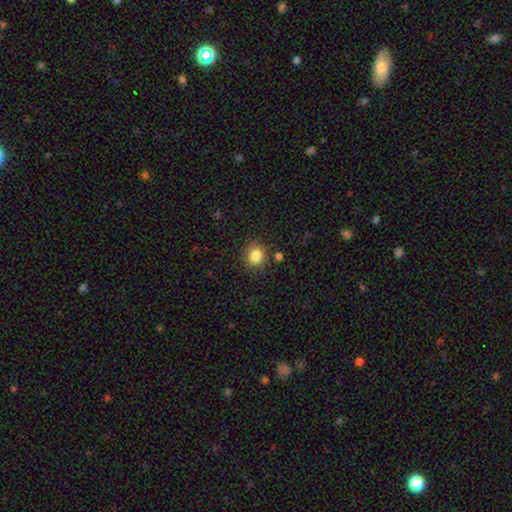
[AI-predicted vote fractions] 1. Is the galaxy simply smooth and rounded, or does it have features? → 84% smooth, 11% star or artifact, 5% featured or disk.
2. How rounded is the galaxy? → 80% round, 19% in between, 1% cigar-shaped.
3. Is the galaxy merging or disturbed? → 83% none, 10% minor disturbance, 3% merger, 3% major disturbance.